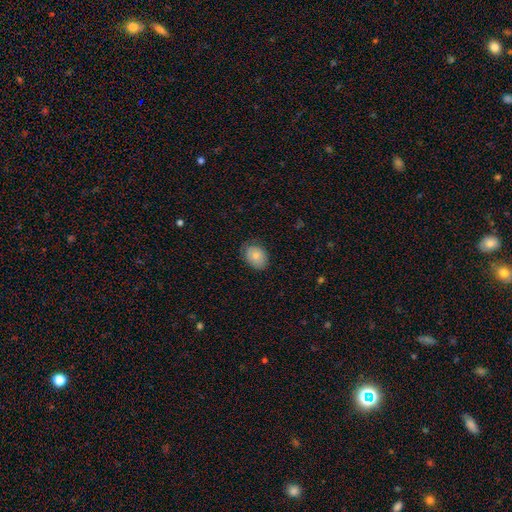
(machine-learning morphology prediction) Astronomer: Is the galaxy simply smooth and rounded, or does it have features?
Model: smooth — 80%.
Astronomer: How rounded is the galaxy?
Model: in between — 67%.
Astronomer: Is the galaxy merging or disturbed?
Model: none — 75%.